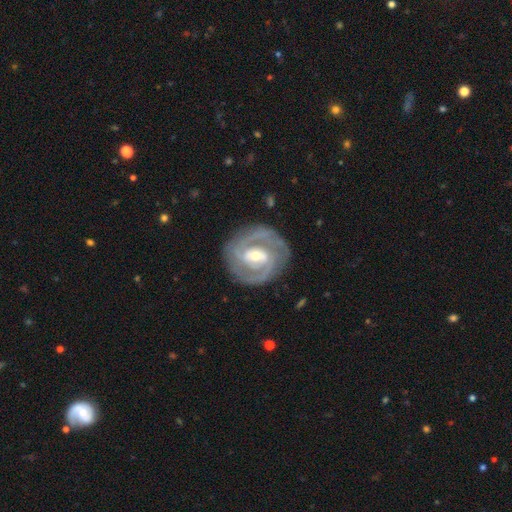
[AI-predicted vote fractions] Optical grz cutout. It shows a featured or disk galaxy (88%) with a weak bar (43%), 2 (71%) tight (59%) spiral arms (95%) and a moderate central bulge (54%). Merging: none (82%).